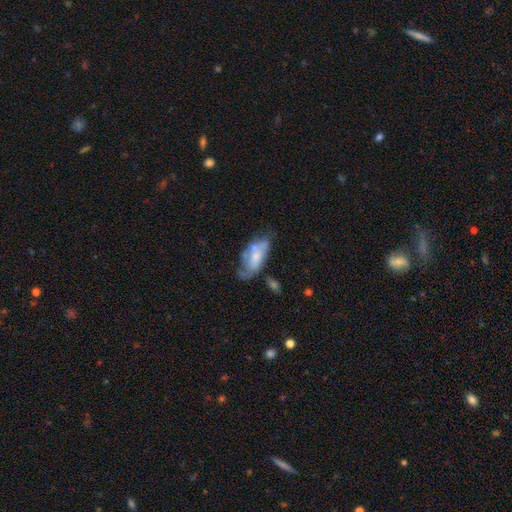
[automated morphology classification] Smooth or featured?
  - smooth: 49% *
  - featured or disk: 44%
  - star or artifact: 7%
Merging?
  - none: 33% *
  - minor disturbance: 29%
  - major disturbance: 22%
  - merger: 16%